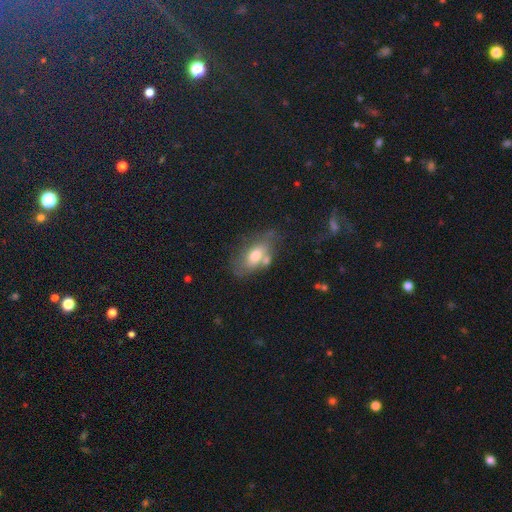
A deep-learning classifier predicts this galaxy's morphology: Smooth or featured? smooth (63%)
How rounded? in between (86%)
Merging? none (47%)